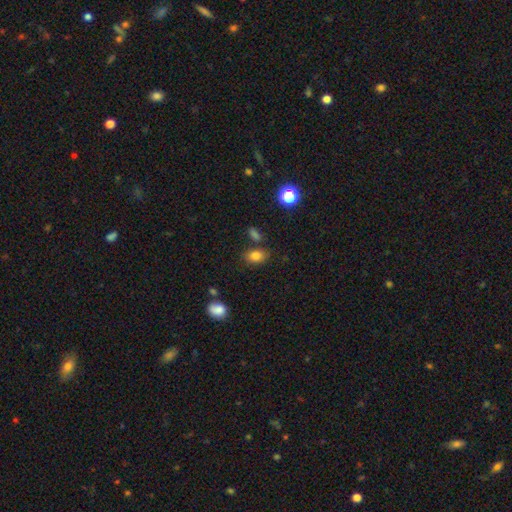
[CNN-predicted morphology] smooth_or_featured: smooth (p=0.81) [alt: star or artifact p=0.11]
how_rounded: in between (p=0.78) [alt: round p=0.21]
merging: none (p=0.75) [alt: minor disturbance p=0.14]